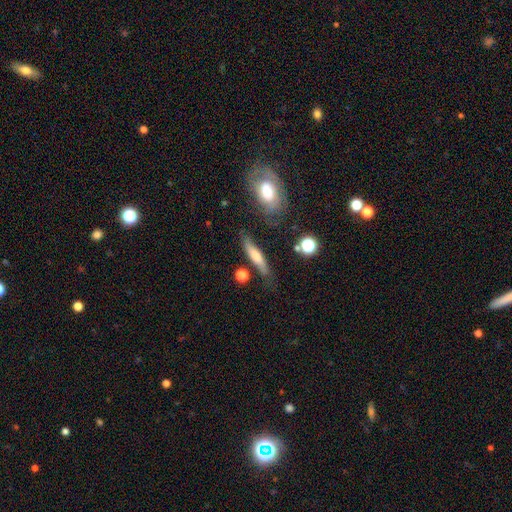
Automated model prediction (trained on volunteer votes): smooth-or-featured: smooth: 48% | featured or disk: 43% | star or artifact: 9%
  merging: none: 73% | minor disturbance: 17% | merger: 5% | major disturbance: 5%